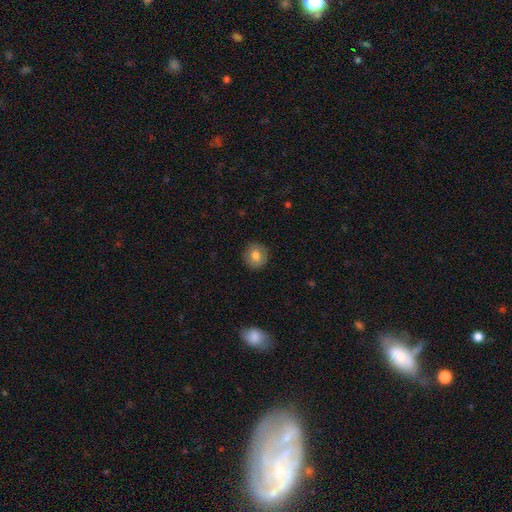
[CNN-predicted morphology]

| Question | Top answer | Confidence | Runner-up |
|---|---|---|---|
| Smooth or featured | smooth | 74% | featured or disk (17%) |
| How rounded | round | 89% | in between (10%) |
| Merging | none | 87% | minor disturbance (9%) |